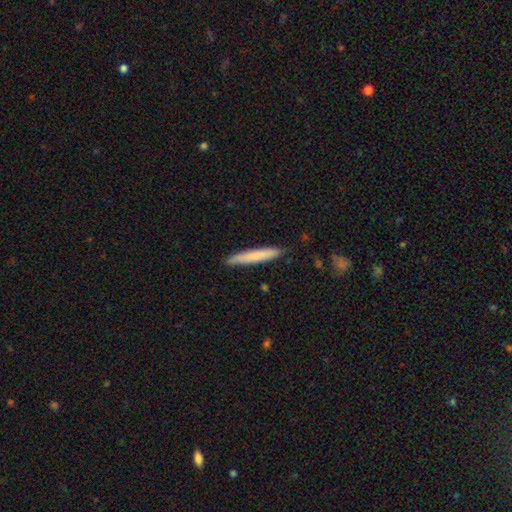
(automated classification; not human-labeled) smooth-or-featured: smooth: 73% | featured or disk: 22% | star or artifact: 5%
  how-rounded: cigar-shaped: 95% | in between: 4% | round: 1%
  merging: none: 88% | minor disturbance: 9% | major disturbance: 1% | merger: 1%